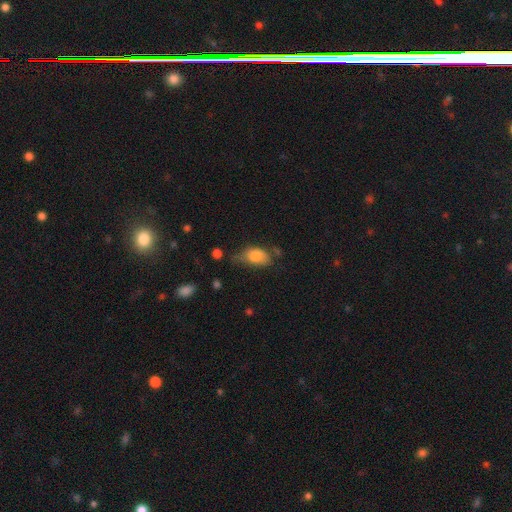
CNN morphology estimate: The model was most divided on "merging": minor disturbance: 39%, none: 36%, major disturbance: 18%, merger: 6%. More confident: how rounded — in between (87%); smooth or featured — smooth (80%).